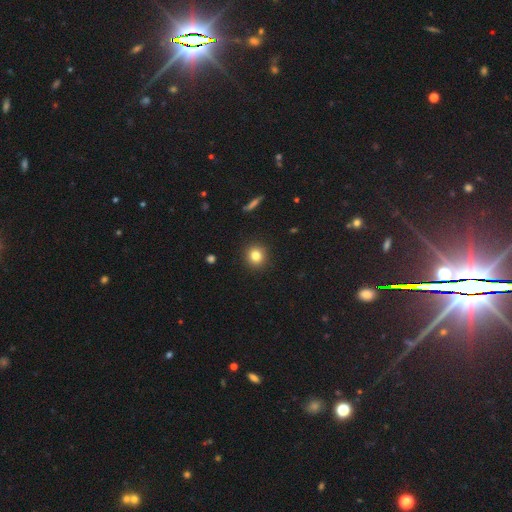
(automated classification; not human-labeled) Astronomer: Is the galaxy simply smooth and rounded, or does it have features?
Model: smooth — 81%.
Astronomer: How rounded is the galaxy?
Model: round — 89%.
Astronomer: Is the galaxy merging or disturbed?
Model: none — 91%.